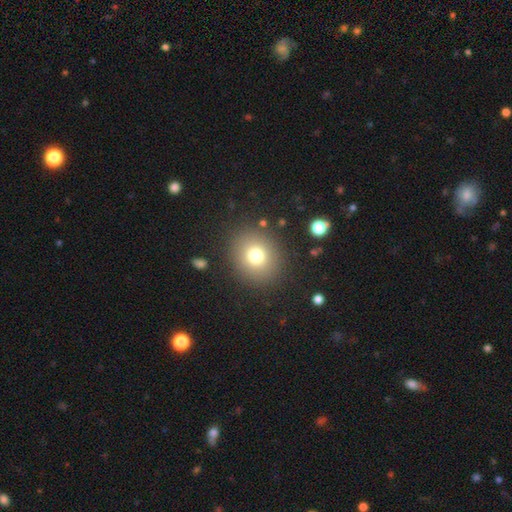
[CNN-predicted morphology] The model was most divided on "smooth or featured": smooth: 75%, star or artifact: 14%, featured or disk: 11%. More confident: merging — none (87%); how rounded — round (80%).